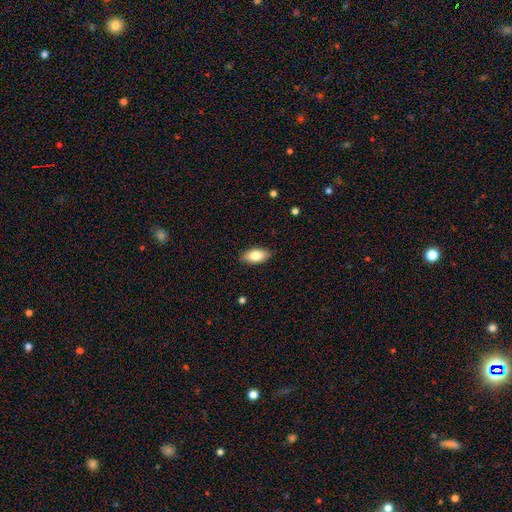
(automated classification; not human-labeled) Overall: smooth (81%). How rounded: in between (91%). Merging: none (88%).